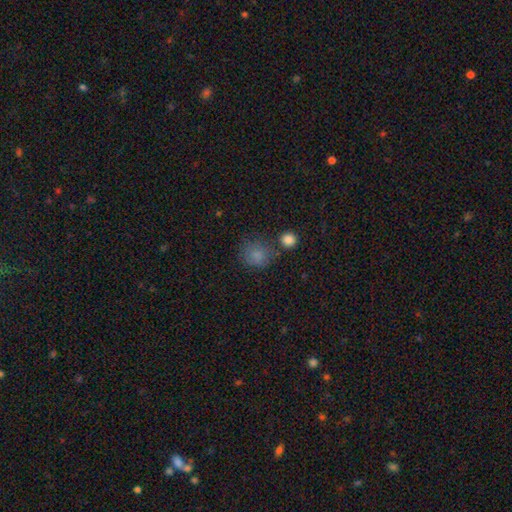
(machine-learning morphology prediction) Smooth or featured: smooth — 81% (star or artifact — 12%)
How rounded: round — 82% (in between — 17%)
Merging: none — 65% (minor disturbance — 18%)